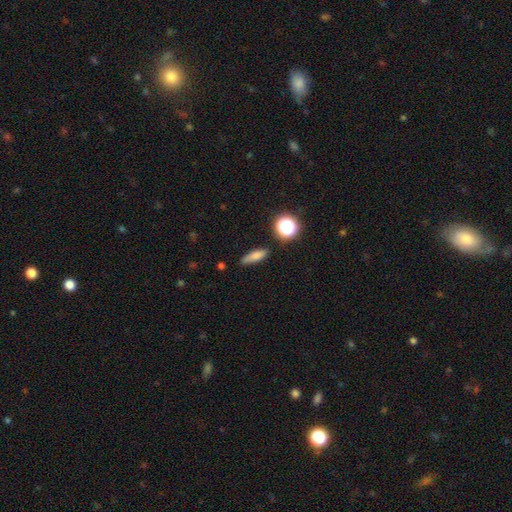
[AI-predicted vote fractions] smooth_or_featured: smooth (p=0.77) [alt: star or artifact p=0.12]
how_rounded: cigar-shaped (p=0.52) [alt: in between p=0.39]
merging: none (p=0.78) [alt: minor disturbance p=0.16]